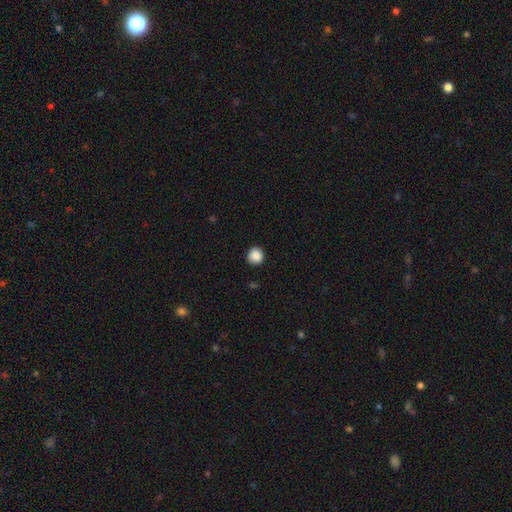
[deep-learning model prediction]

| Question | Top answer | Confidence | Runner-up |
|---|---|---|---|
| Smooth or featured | smooth | 88% | star or artifact (9%) |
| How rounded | round | 92% | in between (7%) |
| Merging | none | 90% | minor disturbance (7%) |